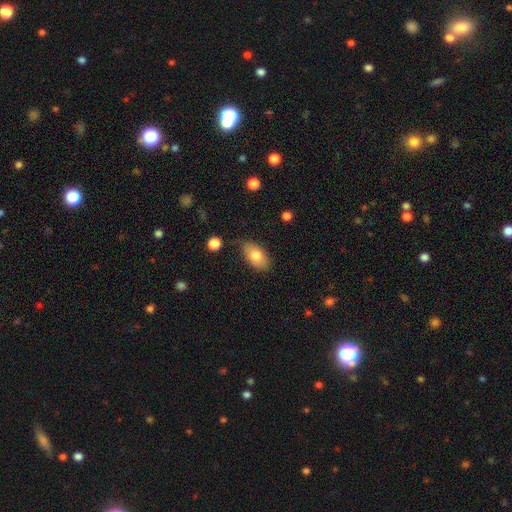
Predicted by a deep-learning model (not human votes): smooth 79%, featured or disk 14%, star or artifact 7%. Down the decision tree: how rounded — in between (93%); merging — none (75%).